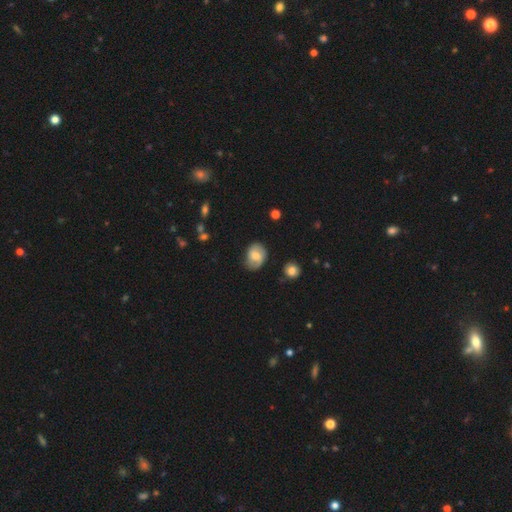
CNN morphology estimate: This is possibly a smooth galaxy (57%). How rounded: possibly in between (57%). Merging: likely none (67%).